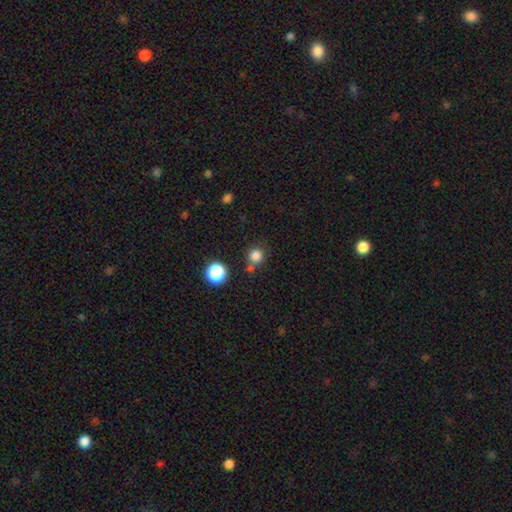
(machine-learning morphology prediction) smooth-or-featured: smooth: 81% | star or artifact: 15% | featured or disk: 5%
  how-rounded: round: 91% | in between: 8% | cigar-shaped: 1%
  merging: none: 69% | merger: 16% | minor disturbance: 11% | major disturbance: 4%